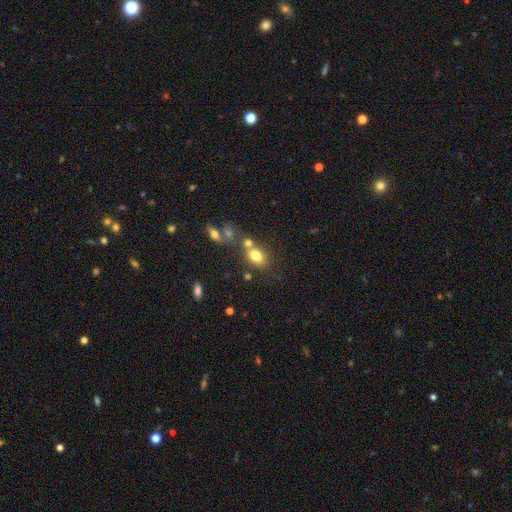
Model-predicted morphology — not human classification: smooth_or_featured: smooth (p=0.76) [alt: featured or disk p=0.12]
how_rounded: in between (p=0.71) [alt: round p=0.27]
merging: none (p=0.53) [alt: merger p=0.28]